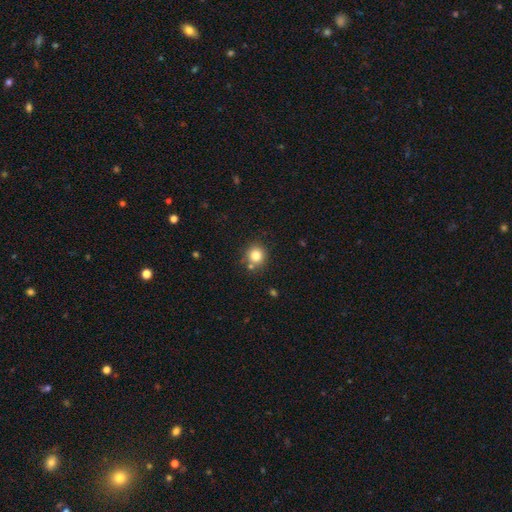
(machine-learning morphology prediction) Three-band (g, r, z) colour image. It shows a smooth galaxy with no disk features (82%) that is round (89%). Merging: none (79%).